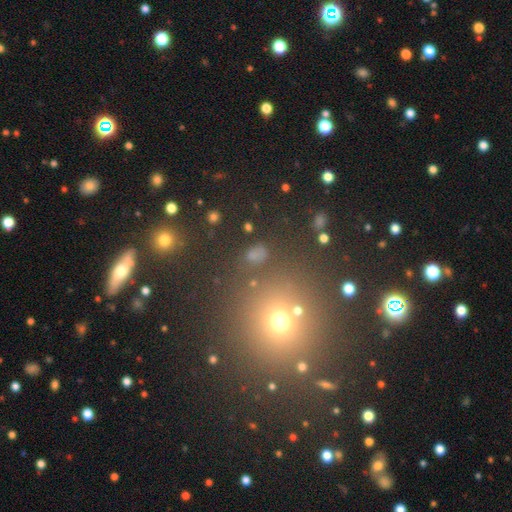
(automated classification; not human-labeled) Smooth or featured: smooth — 58% (star or artifact — 32%)
How rounded: in between — 50% (round — 47%)
Merging: none — 75% (minor disturbance — 12%)